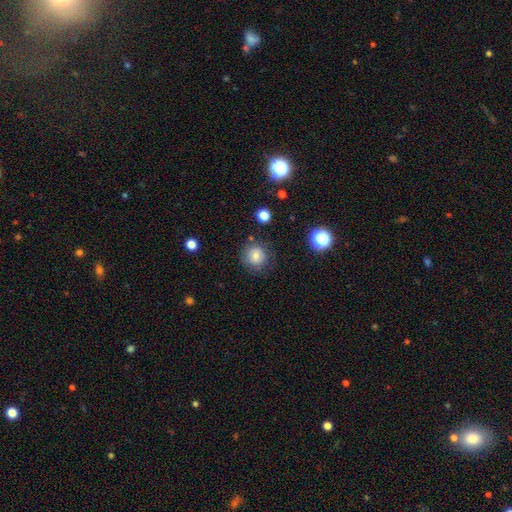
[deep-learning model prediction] This is likely a smooth galaxy (78%). How rounded: clearly round (88%). Merging: likely none (79%).